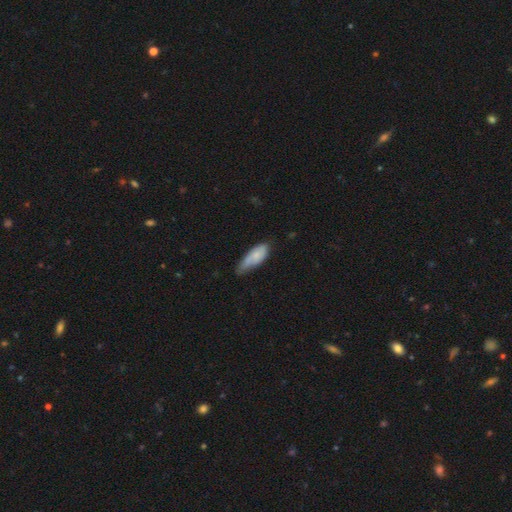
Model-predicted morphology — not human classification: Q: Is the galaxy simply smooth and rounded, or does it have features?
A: smooth — 71%.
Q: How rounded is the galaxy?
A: in between — 74%.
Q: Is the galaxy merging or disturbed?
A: minor disturbance — 45%.